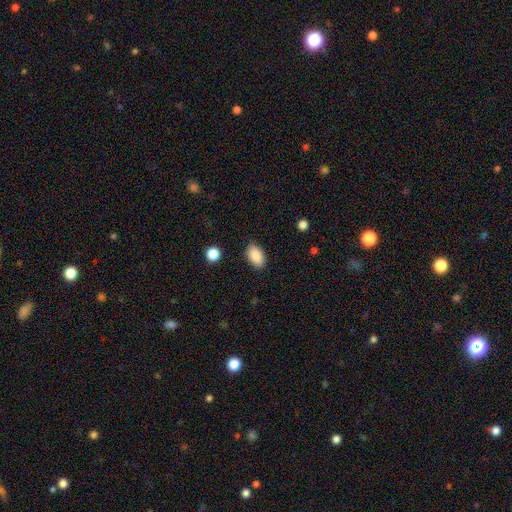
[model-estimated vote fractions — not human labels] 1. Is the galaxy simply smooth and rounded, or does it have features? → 88% smooth, 7% star or artifact, 4% featured or disk.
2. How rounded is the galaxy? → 92% in between, 6% round, 2% cigar-shaped.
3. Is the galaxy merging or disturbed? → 87% none, 10% minor disturbance, 2% major disturbance, 1% merger.